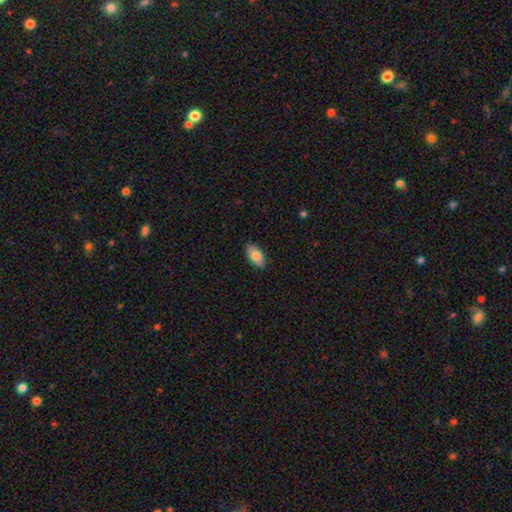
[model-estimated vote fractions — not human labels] The model was most divided on "smooth or featured": smooth: 84%, featured or disk: 9%, star or artifact: 6%. More confident: how rounded — in between (93%); merging — none (88%).